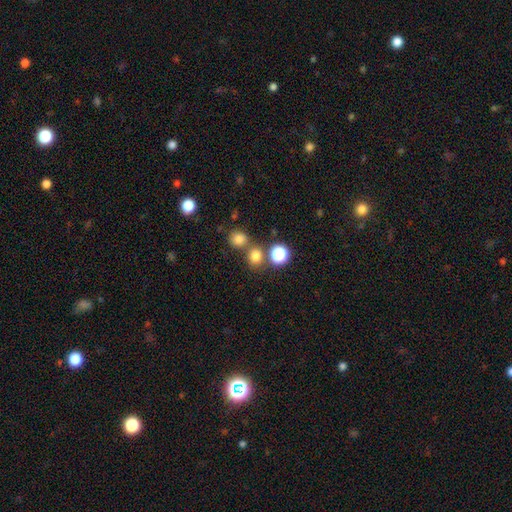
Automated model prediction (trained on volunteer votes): smooth_or_featured: smooth (p=0.74) [alt: star or artifact p=0.20]
how_rounded: round (p=0.77) [alt: in between p=0.22]
merging: none (p=0.65) [alt: merger p=0.24]